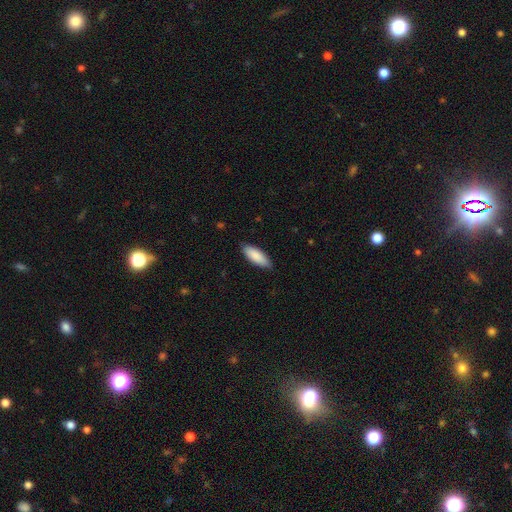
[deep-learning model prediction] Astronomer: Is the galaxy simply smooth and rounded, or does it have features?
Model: smooth — 88%.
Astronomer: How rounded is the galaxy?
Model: in between — 68%.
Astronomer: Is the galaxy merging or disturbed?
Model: none — 85%.